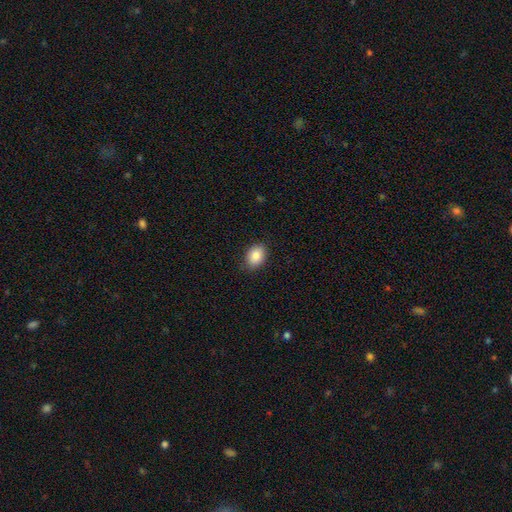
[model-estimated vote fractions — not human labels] Smooth or featured? Predicted: smooth (p=0.86). How rounded? Predicted: in between (p=0.74). Merging? Predicted: none (p=0.86).